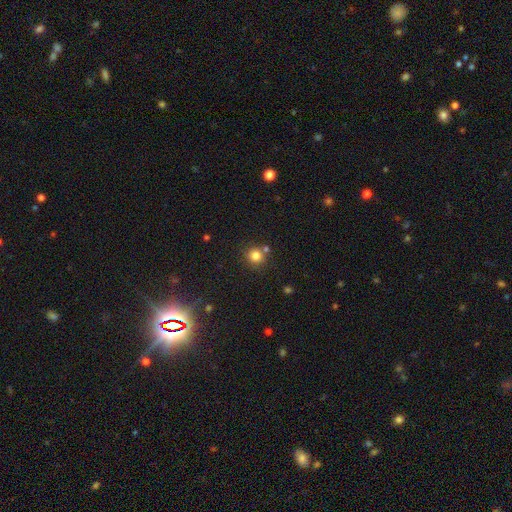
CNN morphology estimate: Smooth or featured?
  - smooth: 81% *
  - star or artifact: 13%
  - featured or disk: 6%
How rounded?
  - round: 88% *
  - in between: 11%
  - cigar-shaped: 1%
Merging?
  - none: 73% *
  - merger: 14%
  - minor disturbance: 10%
  - major disturbance: 3%